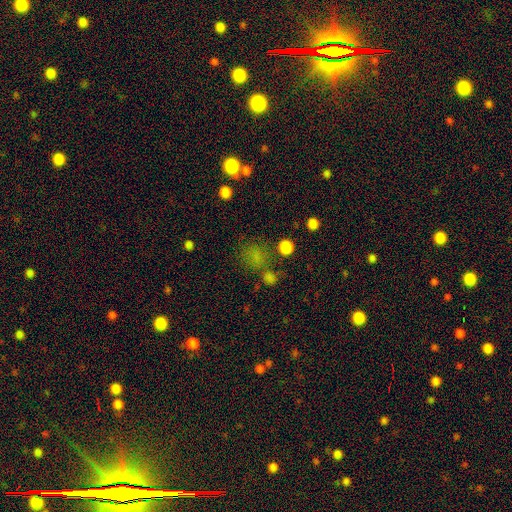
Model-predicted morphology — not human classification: Q: Smooth or featured?
A: smooth (67%); runner-up: star or artifact (25%)
Q: How rounded?
A: round (73%); runner-up: in between (26%)
Q: Merging?
A: none (63%); runner-up: minor disturbance (14%)